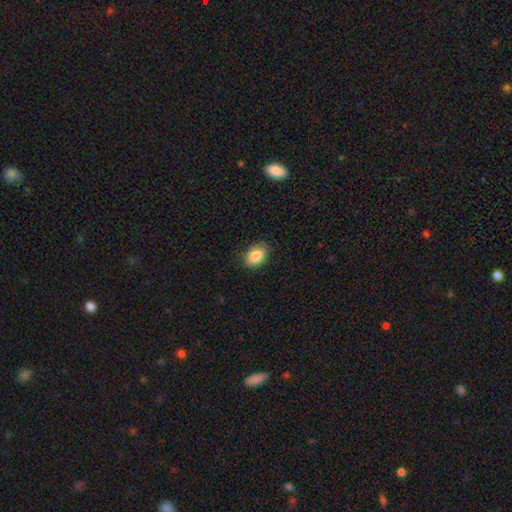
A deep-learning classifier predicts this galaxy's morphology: Smooth or featured?
  - smooth: 86% *
  - star or artifact: 8%
  - featured or disk: 6%
How rounded?
  - in between: 84% *
  - round: 15%
  - cigar-shaped: 1%
Merging?
  - none: 84% *
  - minor disturbance: 12%
  - major disturbance: 2%
  - merger: 1%